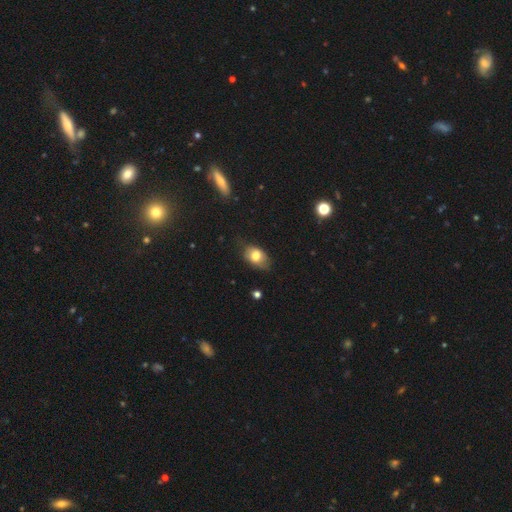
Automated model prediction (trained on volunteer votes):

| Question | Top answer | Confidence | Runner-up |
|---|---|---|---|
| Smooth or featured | smooth | 76% | featured or disk (16%) |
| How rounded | in between | 81% | round (18%) |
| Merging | none | 65% | minor disturbance (27%) |